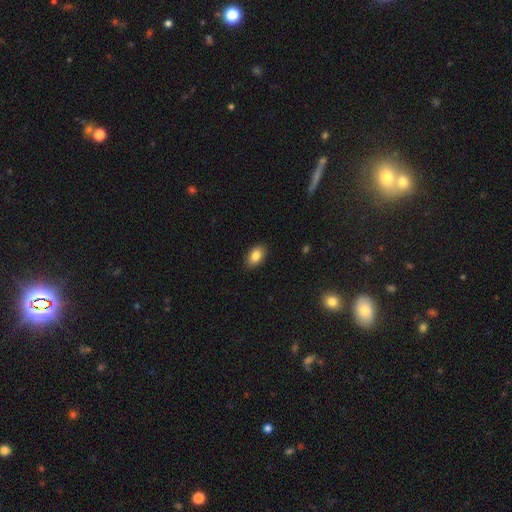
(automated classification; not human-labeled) smooth 84%, star or artifact 8%, featured or disk 8%. Down the decision tree: how rounded — in between (88%); merging — none (88%).